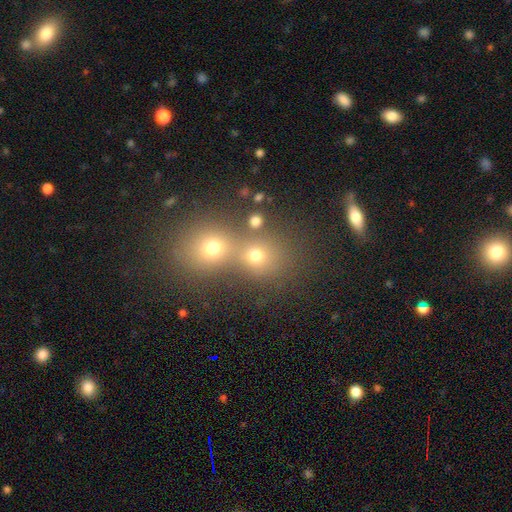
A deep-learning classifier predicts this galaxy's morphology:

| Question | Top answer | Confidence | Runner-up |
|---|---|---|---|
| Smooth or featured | smooth | 69% | star or artifact (20%) |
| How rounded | round | 76% | in between (23%) |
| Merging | merger | 52% | none (38%) |